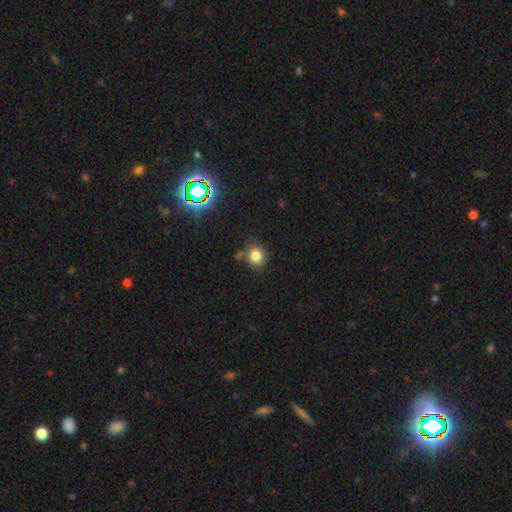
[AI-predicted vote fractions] A smooth galaxy with no disk features (81%) that is round (84%).

Vote fractions:
- Smooth or featured? smooth: 81% / star or artifact: 14% / featured or disk: 6%
- How rounded? round: 84% / in between: 15% / cigar-shaped: 1%
- Merging? none: 74% / minor disturbance: 13% / merger: 9% / major disturbance: 4%